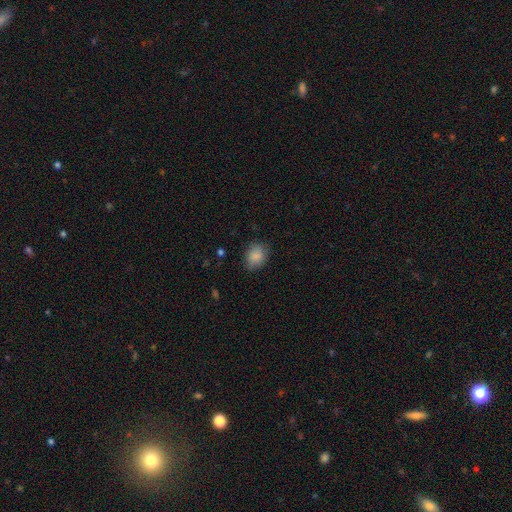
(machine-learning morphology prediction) A smooth galaxy with no disk features (86%) that is in between round and cigar-shaped (58%). Merging: none (78%).